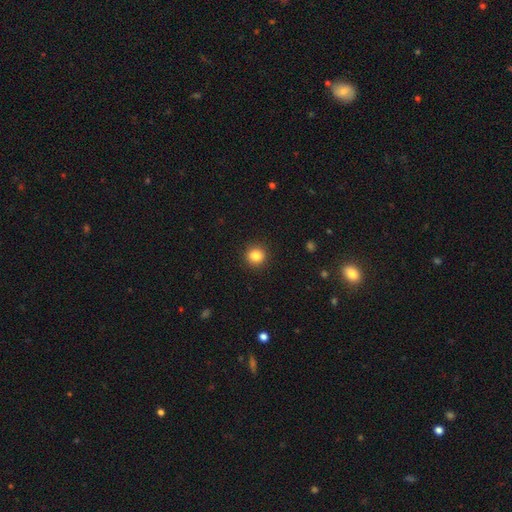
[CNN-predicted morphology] Smooth or featured? Predicted: smooth (p=0.84). How rounded? Predicted: round (p=0.94). Merging? Predicted: none (p=0.93).